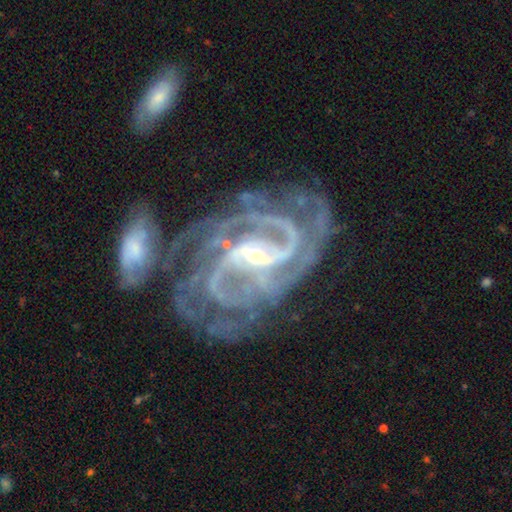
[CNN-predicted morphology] This appears to be a featured or disk galaxy (93%) with a strong bar (52%), 2 (40%) medium (46%) spiral arms (98%) and a small central bulge (68%). Merging: none (53%).